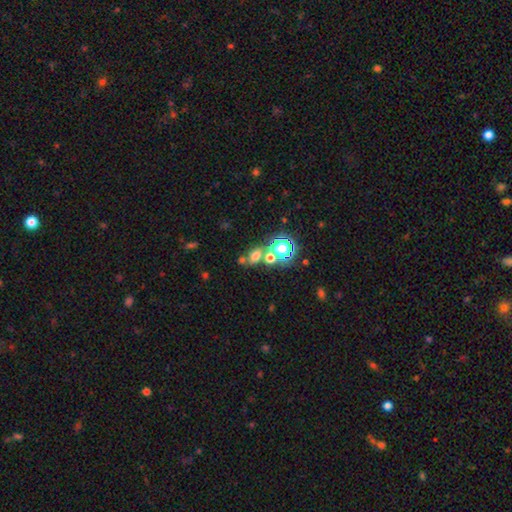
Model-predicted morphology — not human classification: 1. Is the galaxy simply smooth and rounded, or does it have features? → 61% smooth, 28% star or artifact, 11% featured or disk.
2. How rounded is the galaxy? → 55% in between, 41% round, 3% cigar-shaped.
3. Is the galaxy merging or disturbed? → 57% none, 30% merger, 9% minor disturbance, 4% major disturbance.